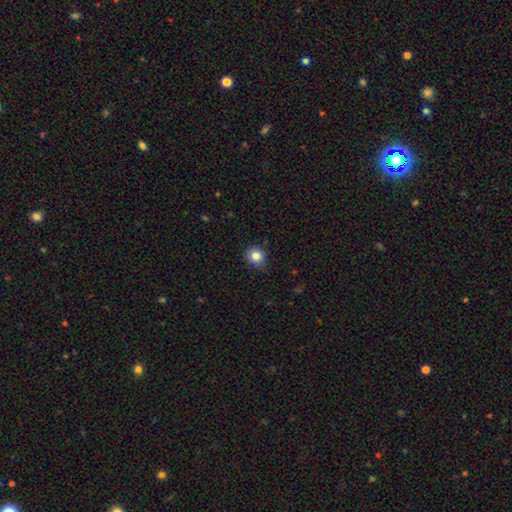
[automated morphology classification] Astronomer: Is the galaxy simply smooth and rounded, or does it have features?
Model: smooth — 83%.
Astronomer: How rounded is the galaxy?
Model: round — 88%.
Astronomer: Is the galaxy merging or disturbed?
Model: none — 85%.